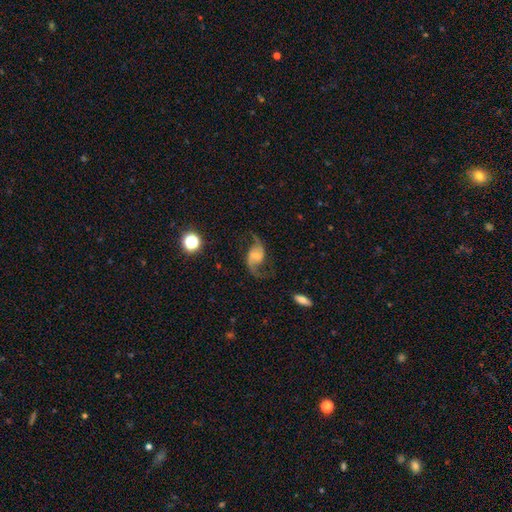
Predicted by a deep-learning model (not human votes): This is clearly a featured or disk galaxy (85%). It is clearly not viewed edge-on (98%). Bar: possibly no (46%). Spiral arm pattern: clearly yes (96%). Spiral arm count: clearly 2 (93%). Spiral winding: likely loose (72%). Central bulge: possibly small (48%). Merging: likely none (73%).